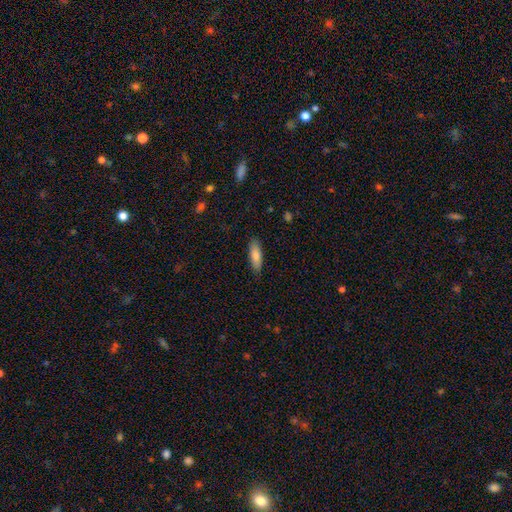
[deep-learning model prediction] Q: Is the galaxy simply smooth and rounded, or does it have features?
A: smooth — 81%.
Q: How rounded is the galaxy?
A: cigar-shaped — 50%.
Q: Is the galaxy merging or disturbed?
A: none — 85%.